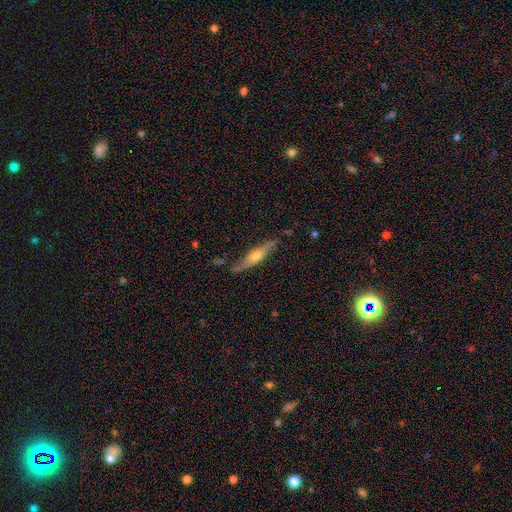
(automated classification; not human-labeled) This appears to be a featured or disk galaxy (58%) viewed edge-on (88%) with a rounded central bulge (88%). Merging: none (73%).